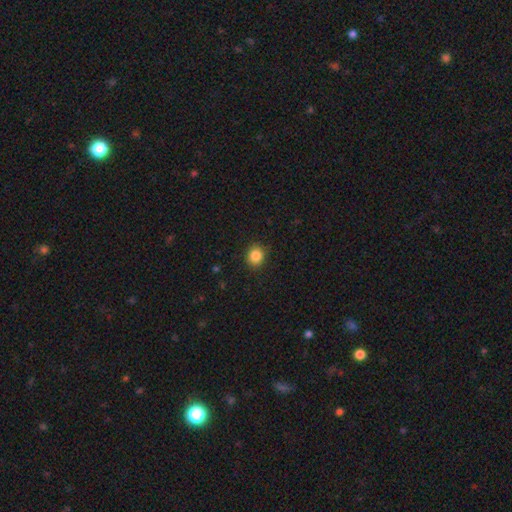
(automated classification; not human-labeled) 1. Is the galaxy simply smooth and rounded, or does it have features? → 86% smooth, 10% star or artifact, 4% featured or disk.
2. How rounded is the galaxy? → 80% round, 19% in between, 1% cigar-shaped.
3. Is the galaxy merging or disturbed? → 89% none, 7% minor disturbance, 2% major disturbance, 1% merger.